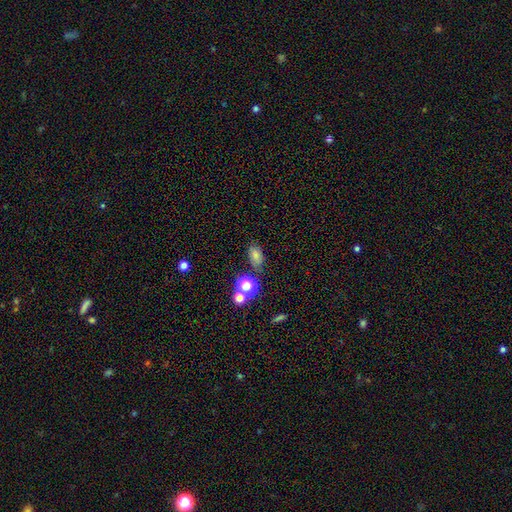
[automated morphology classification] smooth-or-featured: smooth: 72% | star or artifact: 18% | featured or disk: 9%
  how-rounded: in between: 79% | round: 19% | cigar-shaped: 2%
  merging: none: 75% | minor disturbance: 14% | merger: 6% | major disturbance: 4%